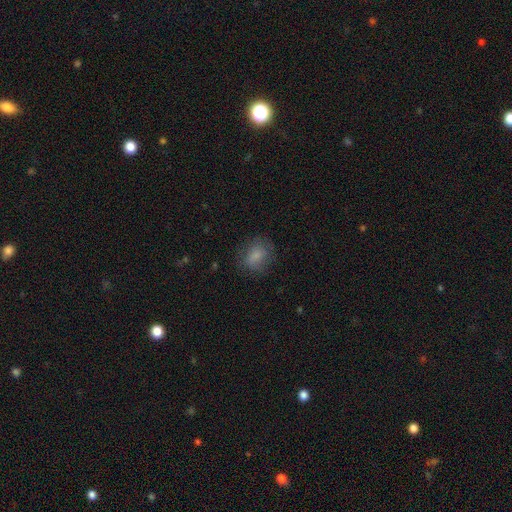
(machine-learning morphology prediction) Smooth or featured? smooth (78%)
How rounded? in between (53%)
Merging? none (71%)